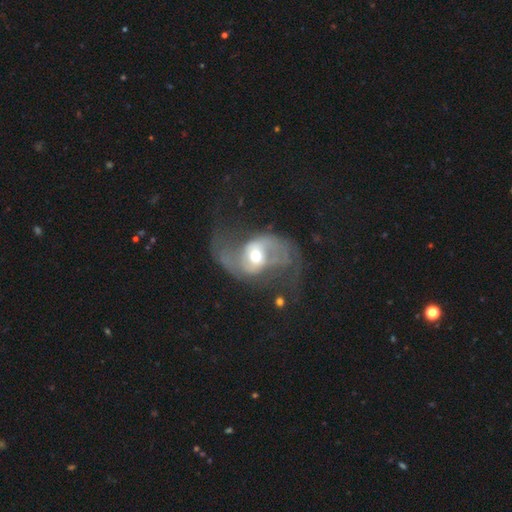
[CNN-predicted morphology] Smooth or featured? Predicted: featured or disk (p=0.83). Edge-on disk? Predicted: no (p=0.97). Bar? Predicted: weak (p=0.41). Spiral arms? Predicted: yes (p=0.91). Spiral winding? Predicted: loose (p=0.58). Spiral arm count? Predicted: 2 (p=0.89). Bulge size? Predicted: moderate (p=0.65). Merging? Predicted: none (p=0.48).